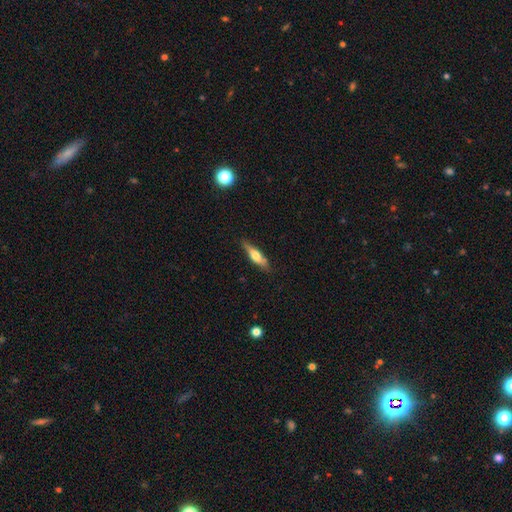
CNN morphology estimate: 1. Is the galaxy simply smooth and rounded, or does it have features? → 52% smooth, 42% featured or disk, 6% star or artifact.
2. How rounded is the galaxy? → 73% cigar-shaped, 24% in between, 2% round.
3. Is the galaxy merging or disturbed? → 81% none, 14% minor disturbance, 3% major disturbance, 2% merger.